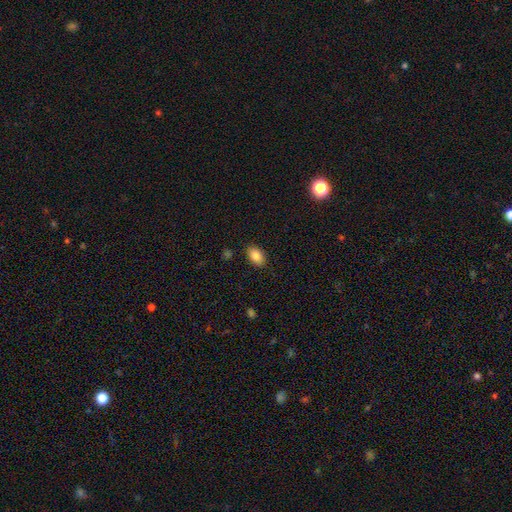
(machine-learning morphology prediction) smooth 85%, star or artifact 8%, featured or disk 7%. Down the decision tree: how rounded — in between (89%); merging — none (88%).